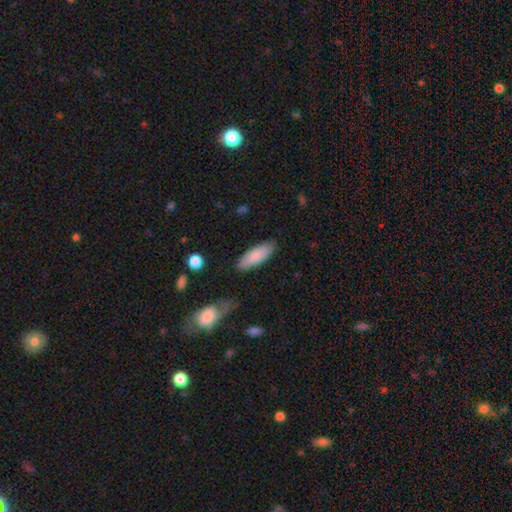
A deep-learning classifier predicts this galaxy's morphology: Smooth or featured? Predicted: smooth (p=0.83). How rounded? Predicted: in between (p=0.62). Merging? Predicted: none (p=0.84).